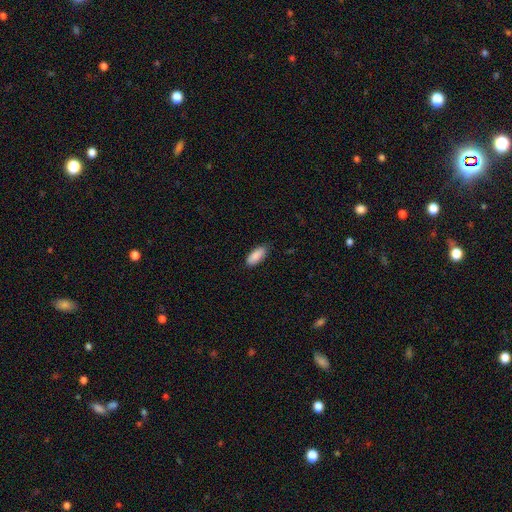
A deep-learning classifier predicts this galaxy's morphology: This is clearly a smooth galaxy (89%). How rounded: clearly in between (84%). Merging: clearly none (86%).